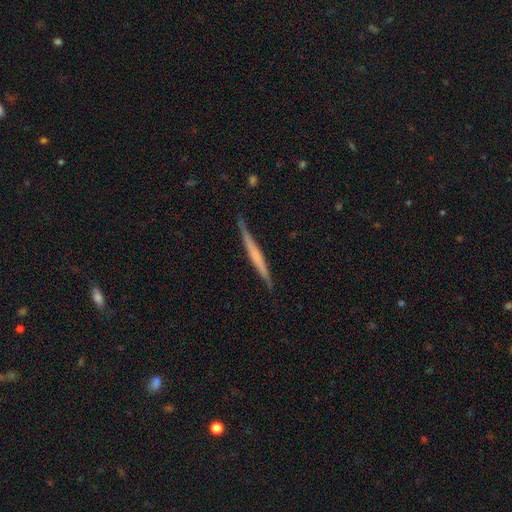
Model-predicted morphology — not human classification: Smooth or featured?
  - featured or disk: 57% *
  - smooth: 38%
  - star or artifact: 5%
Edge-on disk?
  - yes: 97% *
  - no: 3%
Edge-on bulge?
  - none: 69% *
  - rounded: 18%
  - boxy: 14%
Merging?
  - none: 85% *
  - minor disturbance: 11%
  - major disturbance: 2%
  - merger: 1%